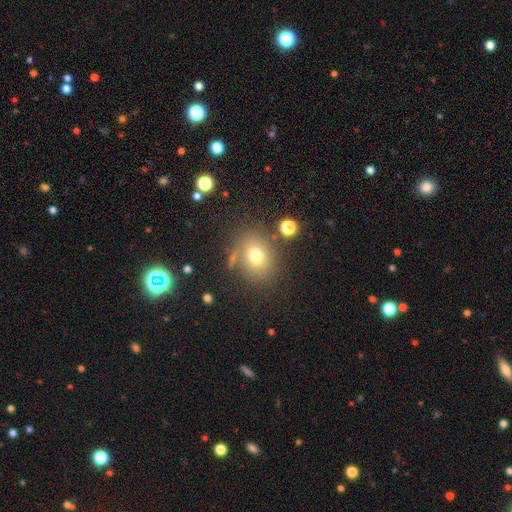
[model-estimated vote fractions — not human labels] Overall: smooth (72%). How rounded: round (54%; in between 44%). Merging: none (73%).